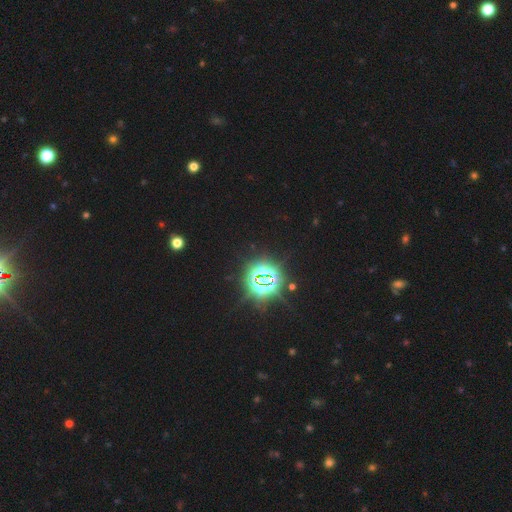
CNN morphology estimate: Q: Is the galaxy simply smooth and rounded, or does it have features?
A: star or artifact — 70%.